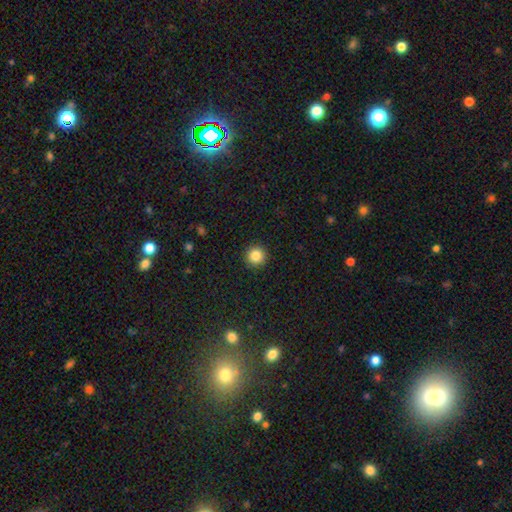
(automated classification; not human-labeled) This is clearly a smooth galaxy (85%). How rounded: clearly round (96%). Merging: clearly none (93%).